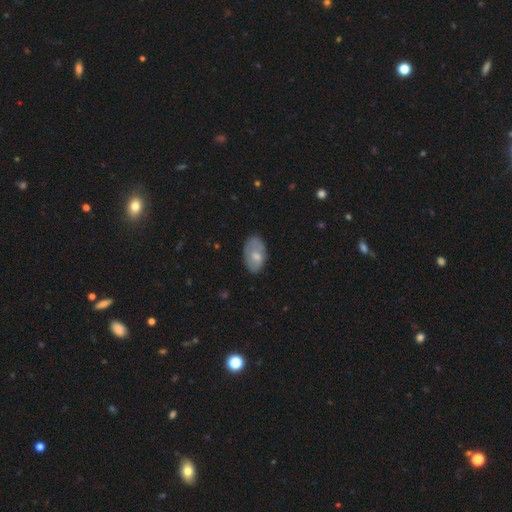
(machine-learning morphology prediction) Smooth or featured?
  - smooth: 63% *
  - featured or disk: 31%
  - star or artifact: 6%
How rounded?
  - in between: 92% *
  - round: 6%
  - cigar-shaped: 2%
Merging?
  - none: 65% *
  - minor disturbance: 26%
  - major disturbance: 7%
  - merger: 2%